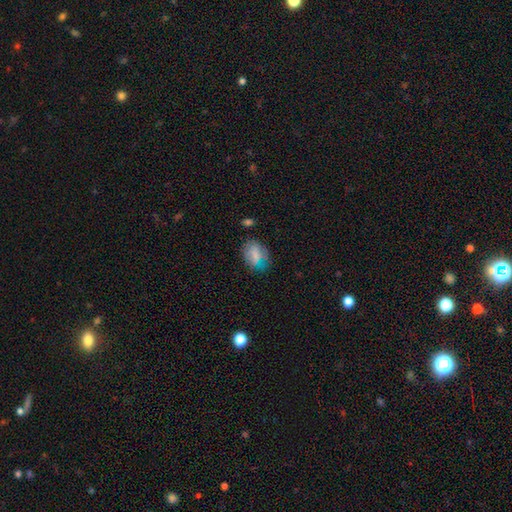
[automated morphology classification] Smooth or featured?
  - smooth: 71% *
  - featured or disk: 20%
  - star or artifact: 9%
How rounded?
  - in between: 77% *
  - round: 21%
  - cigar-shaped: 2%
Merging?
  - none: 62% *
  - minor disturbance: 24%
  - major disturbance: 9%
  - merger: 4%